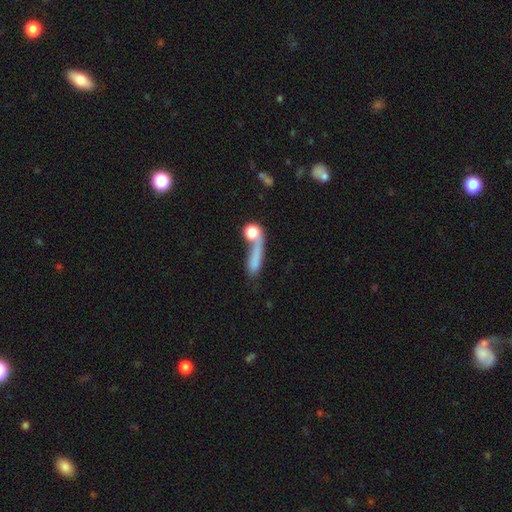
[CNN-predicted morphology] Q: Smooth or featured?
A: smooth (64%); runner-up: featured or disk (22%)
Q: How rounded?
A: cigar-shaped (55%); runner-up: in between (27%)
Q: Merging?
A: none (39%); runner-up: merger (24%)